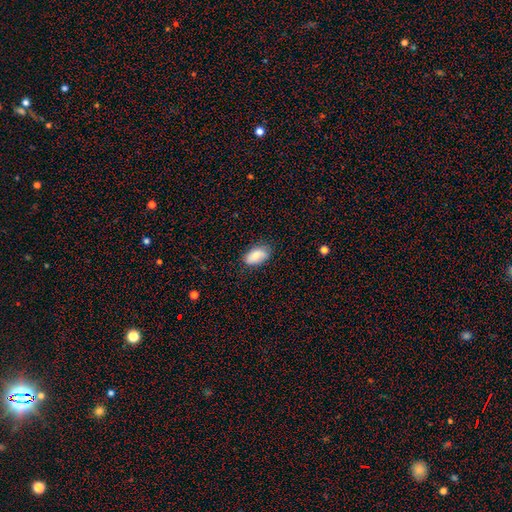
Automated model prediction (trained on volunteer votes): Q: Smooth or featured?
A: smooth (83%); runner-up: featured or disk (10%)
Q: How rounded?
A: in between (94%); runner-up: round (4%)
Q: Merging?
A: none (76%); runner-up: minor disturbance (19%)